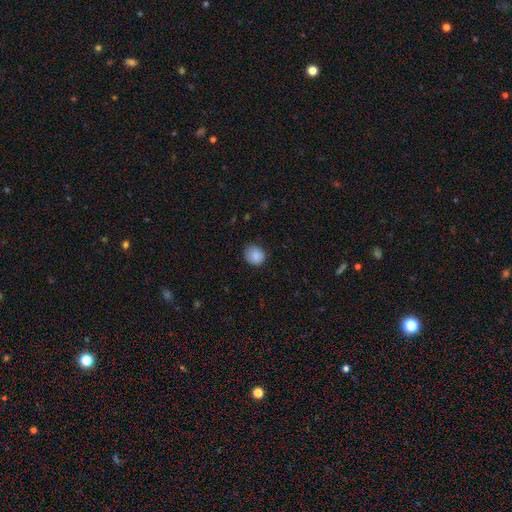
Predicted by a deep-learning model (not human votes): Smooth or featured?
  - smooth: 87% *
  - star or artifact: 8%
  - featured or disk: 5%
How rounded?
  - round: 75% *
  - in between: 24%
  - cigar-shaped: 1%
Merging?
  - none: 77% *
  - minor disturbance: 19%
  - major disturbance: 3%
  - merger: 1%